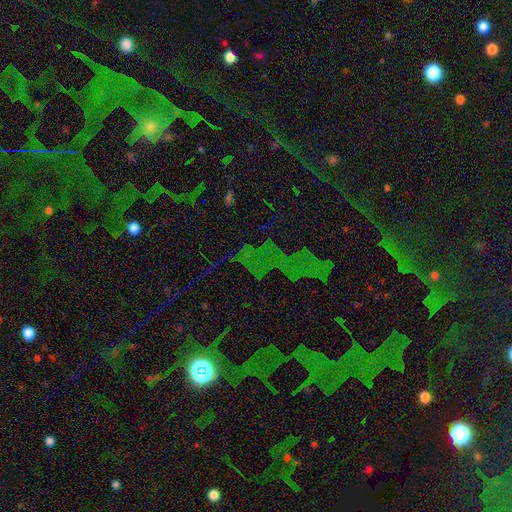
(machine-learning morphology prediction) Overall: star or artifact (71%).